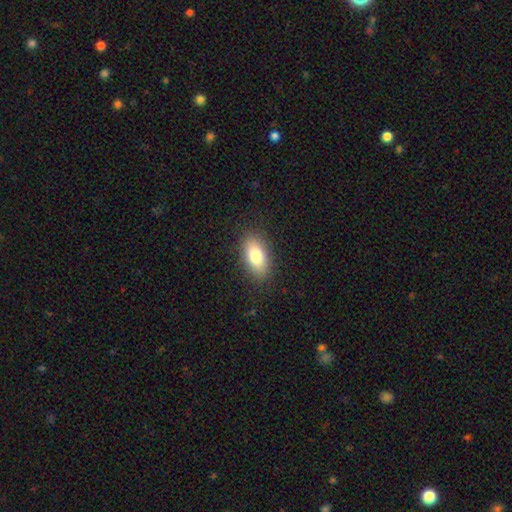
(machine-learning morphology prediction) A smooth galaxy with no disk features (80%) that is in between round and cigar-shaped (88%). Merging: none (87%).